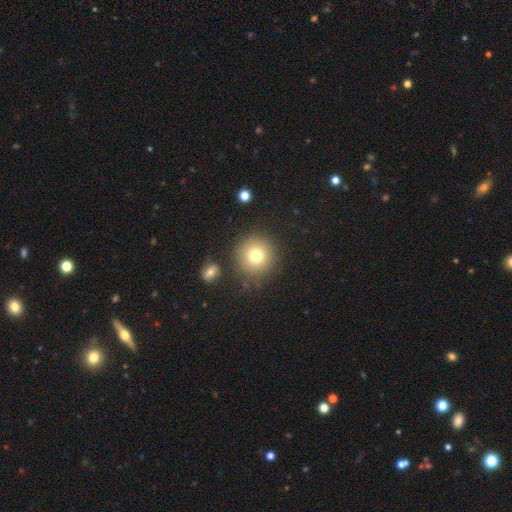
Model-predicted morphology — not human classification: A smooth galaxy with no disk features (76%) that is round (94%). Merging: none (84%).